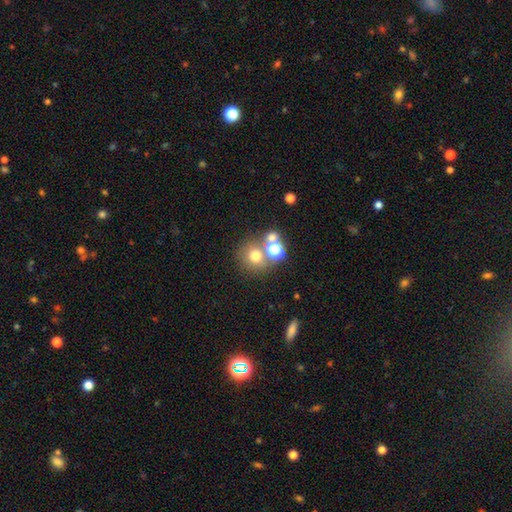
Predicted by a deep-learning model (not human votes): smooth_or_featured: smooth (p=0.68) [alt: star or artifact p=0.20]
how_rounded: round (p=0.88) [alt: in between p=0.12]
merging: none (p=0.62) [alt: merger p=0.25]